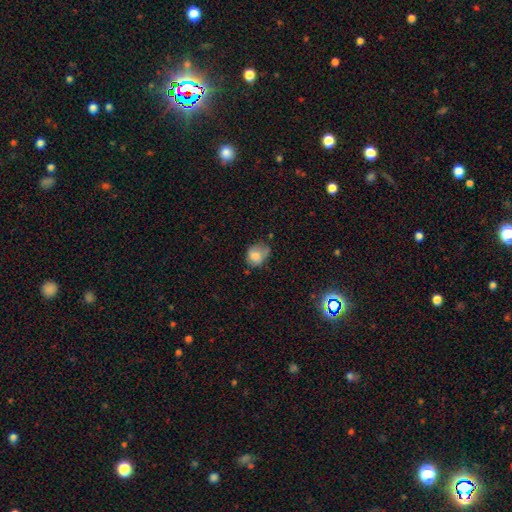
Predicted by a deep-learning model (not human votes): Morphology: type=smooth (78%); roundness=round (53%); merging=minor disturbance (40%).